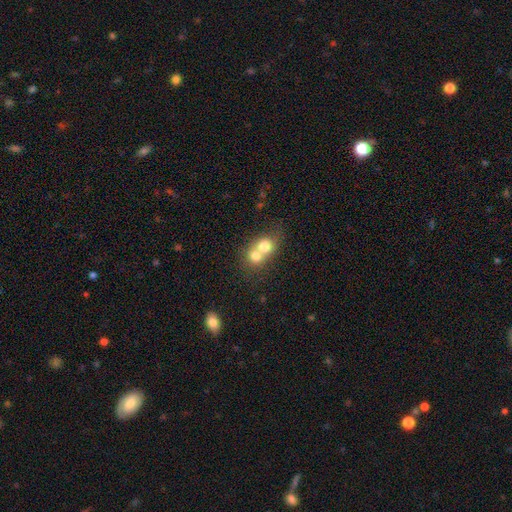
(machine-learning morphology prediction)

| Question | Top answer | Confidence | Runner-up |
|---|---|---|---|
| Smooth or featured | smooth | 71% | featured or disk (20%) |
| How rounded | round | 69% | in between (30%) |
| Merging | merger | 74% | none (19%) |